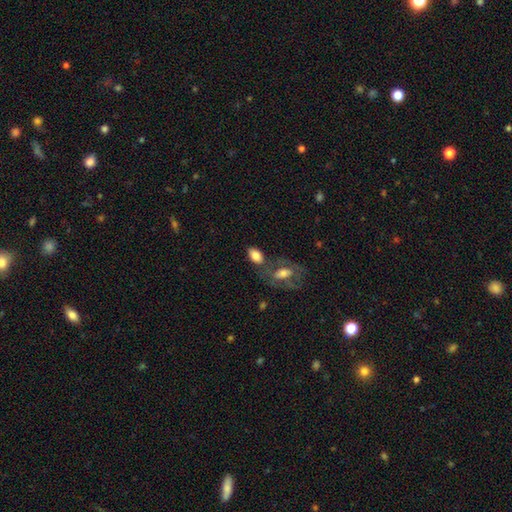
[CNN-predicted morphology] Smooth or featured: smooth — 79% (featured or disk — 14%)
How rounded: in between — 91% (round — 7%)
Merging: none — 56% (merger — 22%)